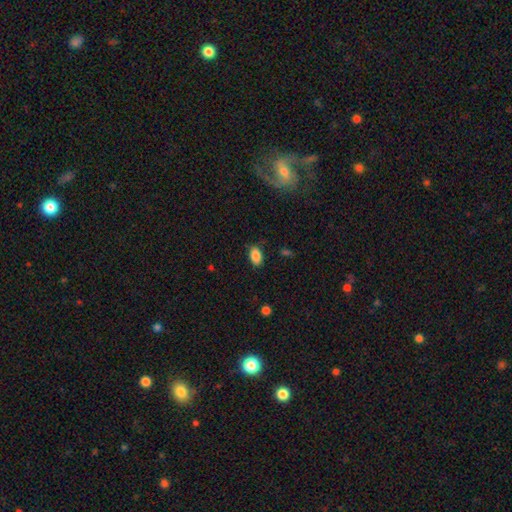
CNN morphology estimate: Smooth or featured?
  - smooth: 87% *
  - star or artifact: 8%
  - featured or disk: 5%
How rounded?
  - in between: 90% *
  - round: 8%
  - cigar-shaped: 2%
Merging?
  - none: 83% *
  - minor disturbance: 13%
  - major disturbance: 3%
  - merger: 1%